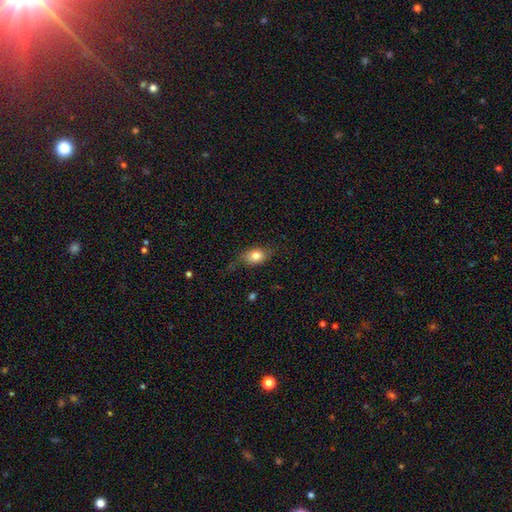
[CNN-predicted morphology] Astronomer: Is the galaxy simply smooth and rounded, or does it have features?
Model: smooth — 77%.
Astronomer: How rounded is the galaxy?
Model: in between — 75%.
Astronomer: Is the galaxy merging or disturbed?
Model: none — 61%.